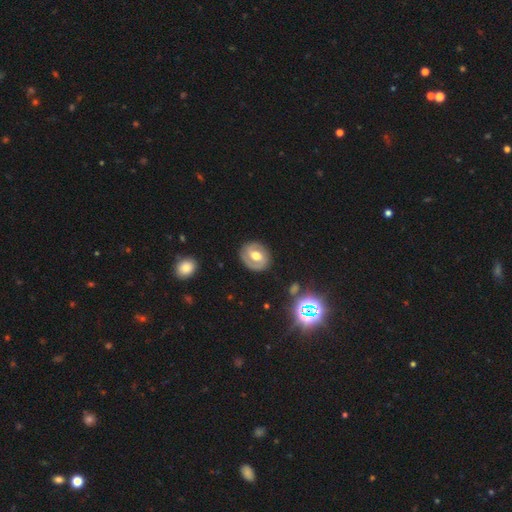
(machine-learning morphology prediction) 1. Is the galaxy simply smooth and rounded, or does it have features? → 62% featured or disk, 31% smooth, 7% star or artifact.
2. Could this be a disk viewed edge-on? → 96% no, 4% yes.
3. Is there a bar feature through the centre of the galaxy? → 44% weak, 34% no, 22% strong.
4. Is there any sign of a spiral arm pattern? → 65% yes, 35% no.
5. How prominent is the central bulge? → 73% moderate, 16% large, 8% small, 1% dominant, 1% none.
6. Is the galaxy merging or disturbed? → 84% none, 11% minor disturbance, 4% major disturbance, 1% merger.